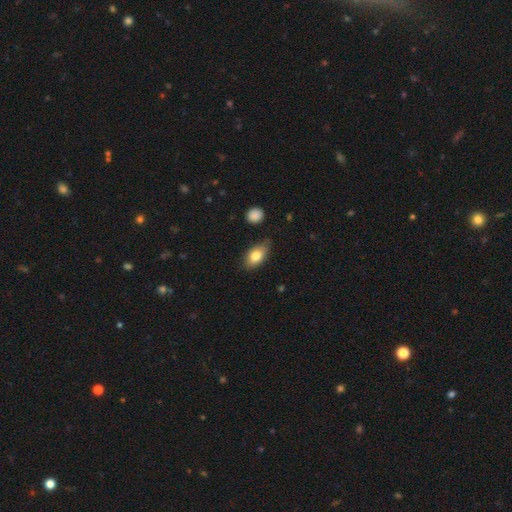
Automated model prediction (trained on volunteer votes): smooth-or-featured: smooth: 79% | featured or disk: 14% | star or artifact: 7%
  how-rounded: in between: 88% | round: 8% | cigar-shaped: 5%
  merging: none: 72% | minor disturbance: 22% | major disturbance: 4% | merger: 2%